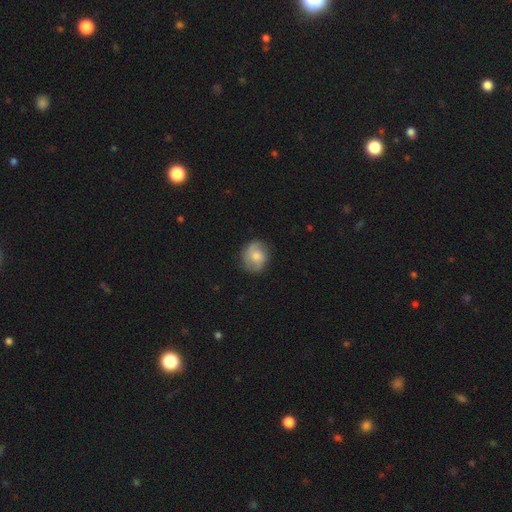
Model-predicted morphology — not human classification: Smooth or featured: smooth — 50% (featured or disk — 42%)
How rounded: round — 75% (in between — 24%)
Merging: none — 78% (minor disturbance — 17%)